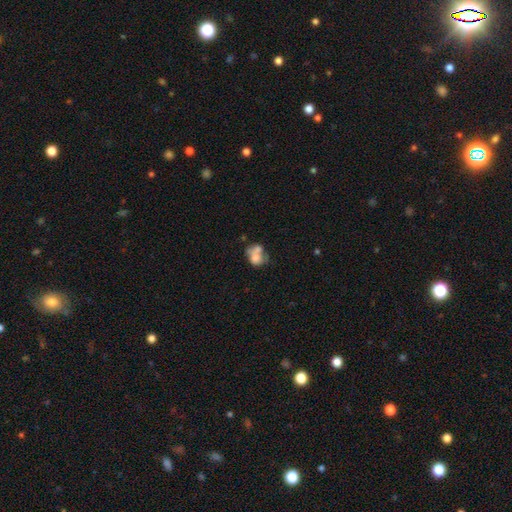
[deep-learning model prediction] This is likely a smooth galaxy (60%). How rounded: possibly round (52%). Merging: possibly merger (51%).